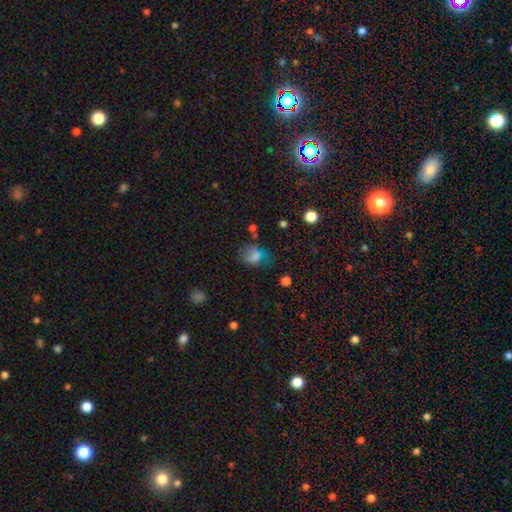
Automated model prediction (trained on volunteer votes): Smooth or featured? smooth (69%)
How rounded? in between (64%)
Merging? none (44%)